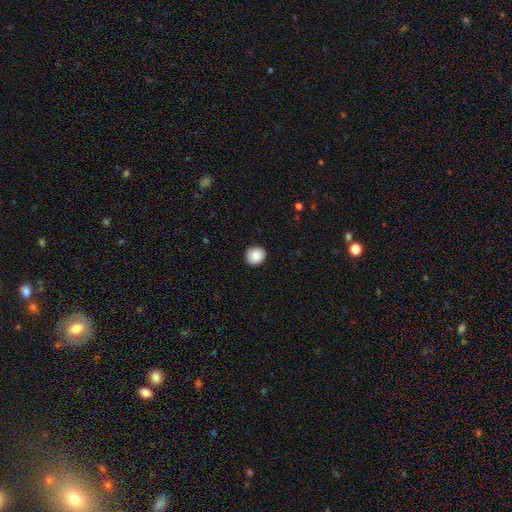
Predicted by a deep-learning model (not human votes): Smooth or featured? Predicted: smooth (p=0.86). How rounded? Predicted: round (p=0.83). Merging? Predicted: none (p=0.88).